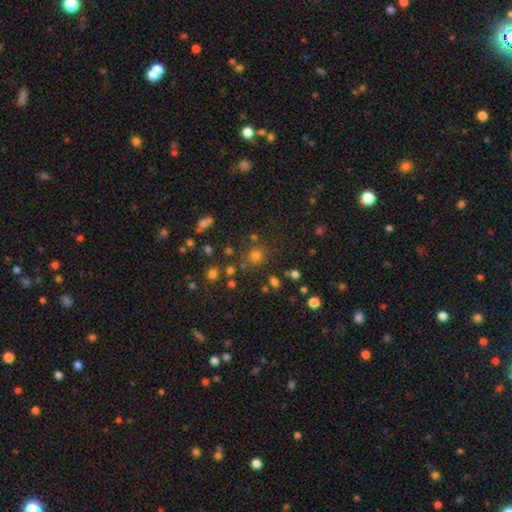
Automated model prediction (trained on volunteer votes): Smooth or featured? smooth (66%)
How rounded? round (88%)
Merging? none (77%)